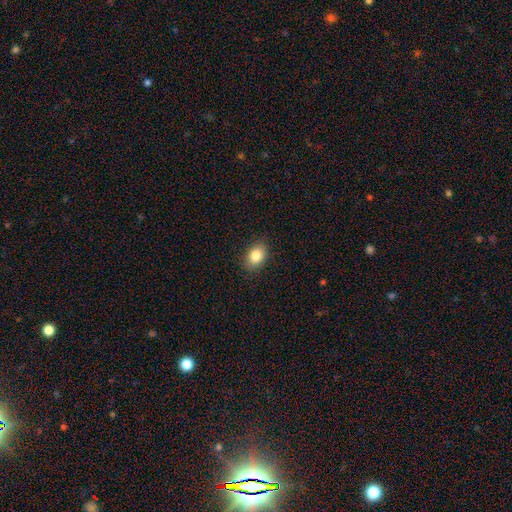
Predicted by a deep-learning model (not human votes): Overall: smooth (84%). How rounded: in between (80%). Merging: none (87%).